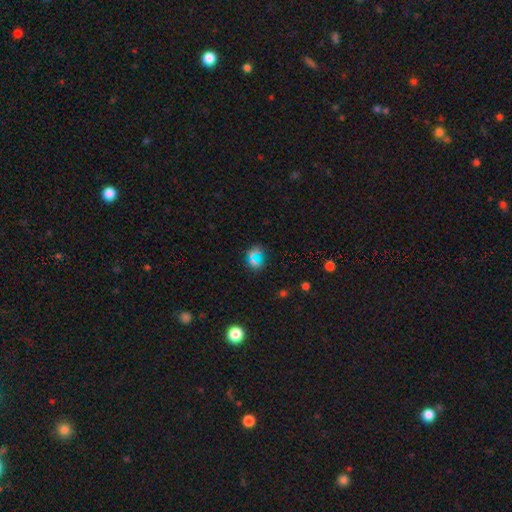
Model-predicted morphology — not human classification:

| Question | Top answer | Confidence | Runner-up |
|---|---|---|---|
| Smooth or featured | smooth | 52% | star or artifact (39%) |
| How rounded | round | 66% | in between (31%) |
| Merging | none | 78% | minor disturbance (12%) |